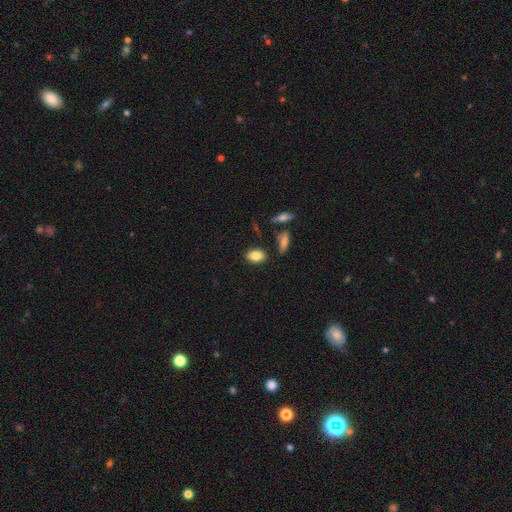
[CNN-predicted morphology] Smooth or featured? Predicted: smooth (p=0.84). How rounded? Predicted: in between (p=0.88). Merging? Predicted: none (p=0.83).